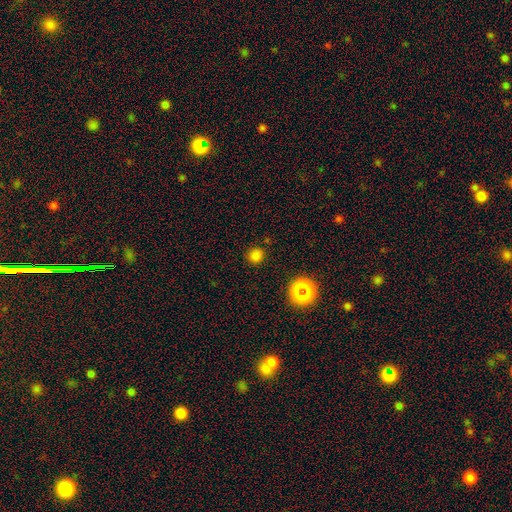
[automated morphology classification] This appears to be a smooth galaxy with no disk features (79%) that is round (90%). Merging: none (88%).